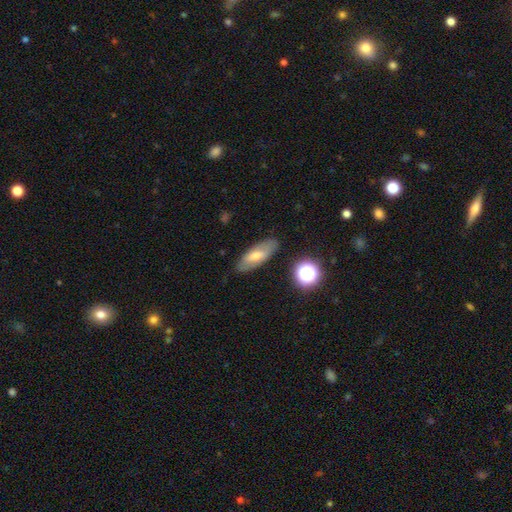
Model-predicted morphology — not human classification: Q: Smooth or featured?
A: smooth (54%); runner-up: featured or disk (37%)
Q: How rounded?
A: in between (71%); runner-up: cigar-shaped (25%)
Q: Merging?
A: none (83%); runner-up: minor disturbance (12%)